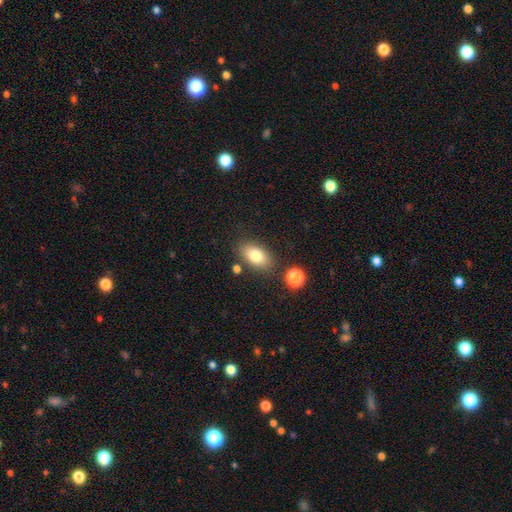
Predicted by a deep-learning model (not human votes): A smooth galaxy with no disk features (79%) that is in between round and cigar-shaped (88%). Merging: none (79%).